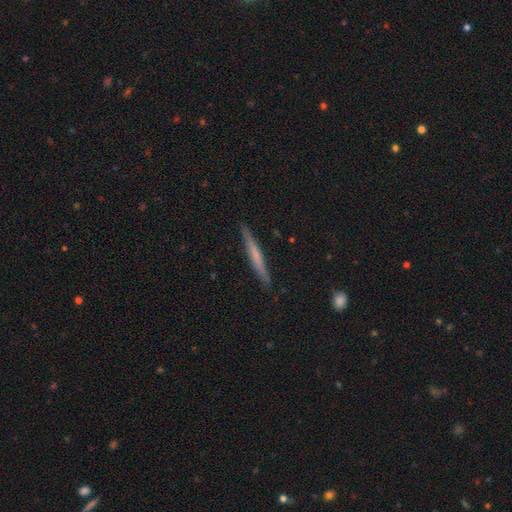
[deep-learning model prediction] A smooth galaxy with no disk features (51%) that is cigar-shaped (96%). Merging: none (90%).